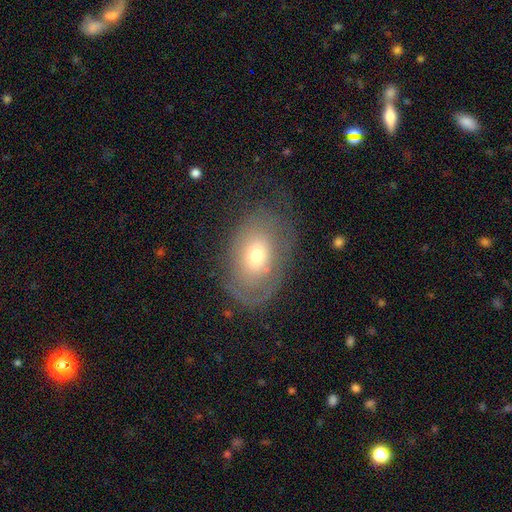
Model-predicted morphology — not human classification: Smooth or featured? Predicted: smooth (p=0.49). Merging? Predicted: none (p=0.59).